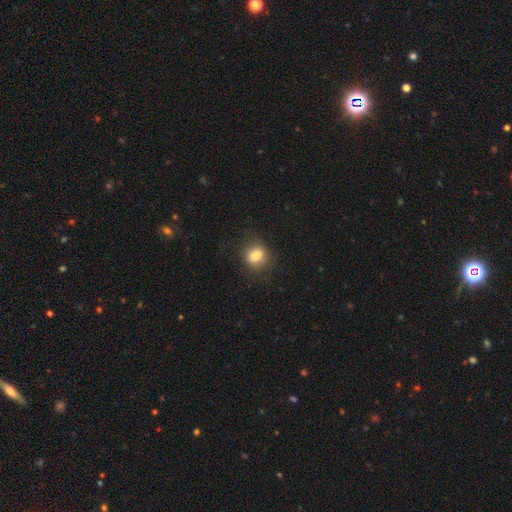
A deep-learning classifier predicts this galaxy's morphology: Q: Smooth or featured?
A: smooth (79%); runner-up: star or artifact (11%)
Q: How rounded?
A: round (58%); runner-up: in between (41%)
Q: Merging?
A: none (81%); runner-up: minor disturbance (13%)